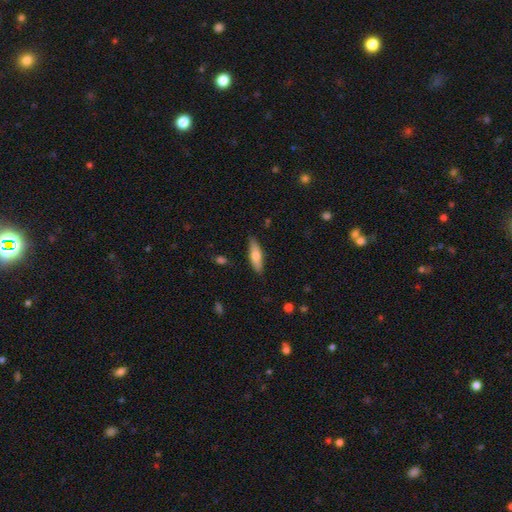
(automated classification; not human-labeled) Morphology: type=smooth (69%); roundness=cigar-shaped (60%); merging=none (85%).